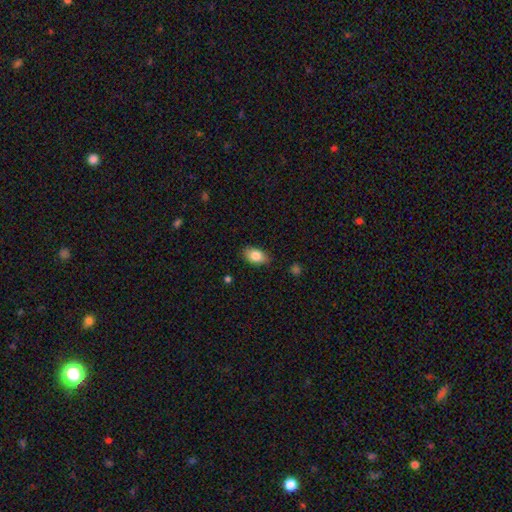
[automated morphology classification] Smooth or featured? Predicted: smooth (p=0.83). How rounded? Predicted: in between (p=0.90). Merging? Predicted: none (p=0.84).